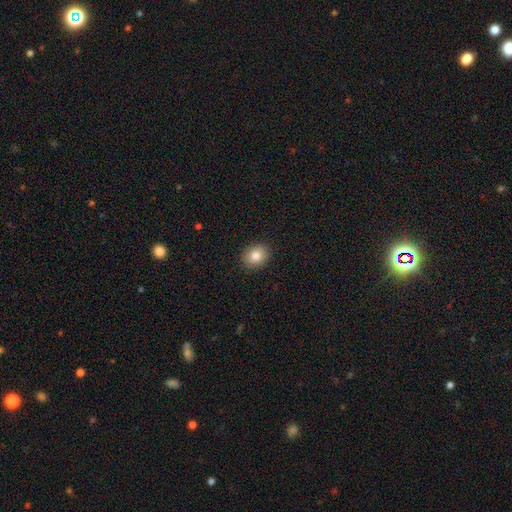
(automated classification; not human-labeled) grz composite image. It shows a smooth galaxy with no disk features (83%) that is round (57%). Merging: none (90%).